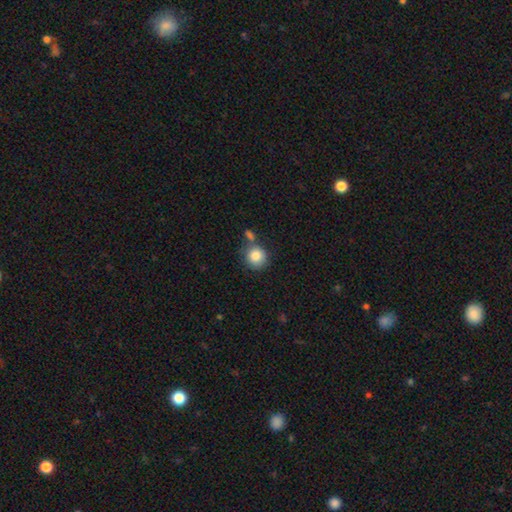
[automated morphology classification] The model was most divided on "merging": none: 63%, merger: 19%, minor disturbance: 13%, major disturbance: 5%. More confident: how rounded — round (90%); smooth or featured — smooth (85%).